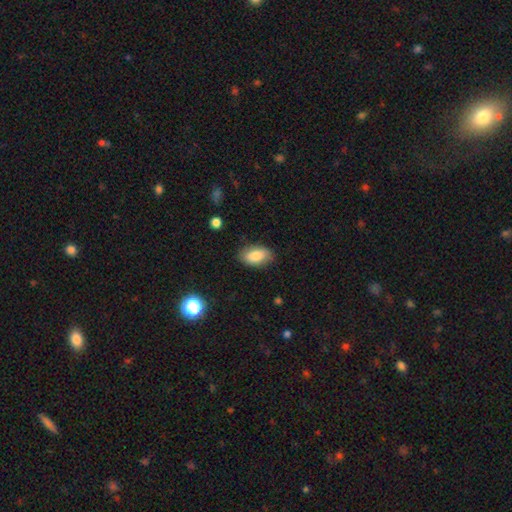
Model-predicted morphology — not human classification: The model was most divided on "merging": none: 81%, minor disturbance: 14%, major disturbance: 3%, merger: 1%. More confident: how rounded — in between (93%); smooth or featured — smooth (84%).